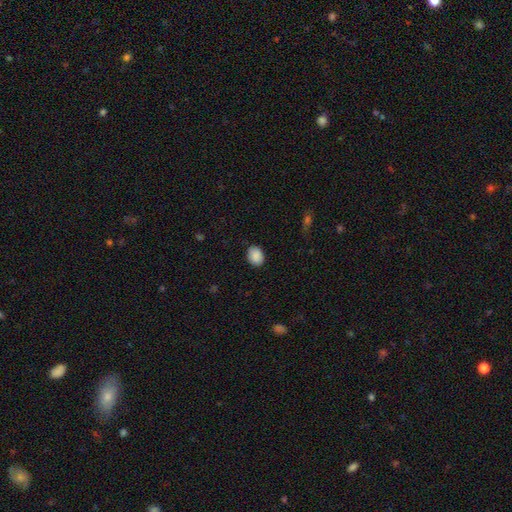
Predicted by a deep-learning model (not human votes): smooth_or_featured: smooth (p=0.89) [alt: star or artifact p=0.07]
how_rounded: in between (p=0.63) [alt: round p=0.36]
merging: none (p=0.85) [alt: minor disturbance p=0.11]